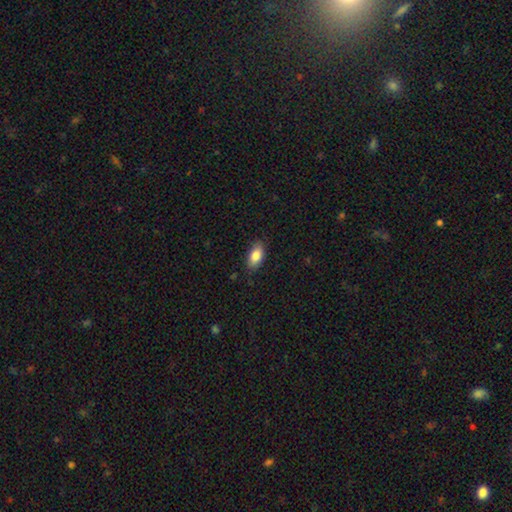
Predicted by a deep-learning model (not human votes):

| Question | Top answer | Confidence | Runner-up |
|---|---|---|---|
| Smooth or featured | smooth | 84% | featured or disk (9%) |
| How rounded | in between | 90% | cigar-shaped (6%) |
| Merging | none | 83% | minor disturbance (13%) |